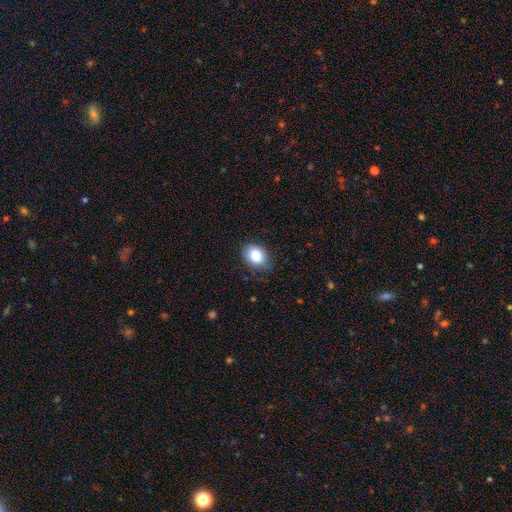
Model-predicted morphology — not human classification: A smooth galaxy with no disk features (83%) that is in between round and cigar-shaped (67%). Merging: none (81%).